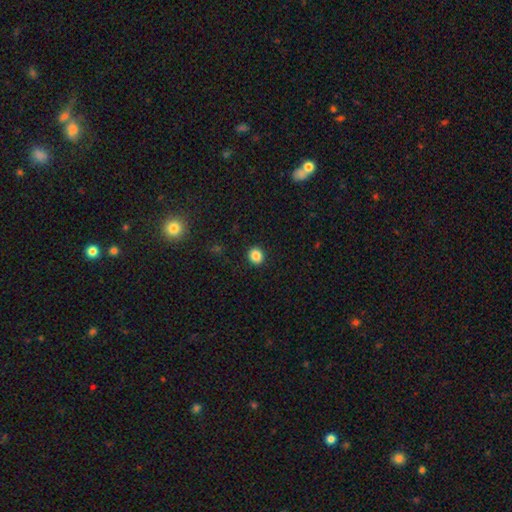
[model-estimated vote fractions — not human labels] Q: Smooth or featured?
A: smooth (86%); runner-up: star or artifact (10%)
Q: How rounded?
A: round (82%); runner-up: in between (17%)
Q: Merging?
A: none (92%); runner-up: minor disturbance (5%)